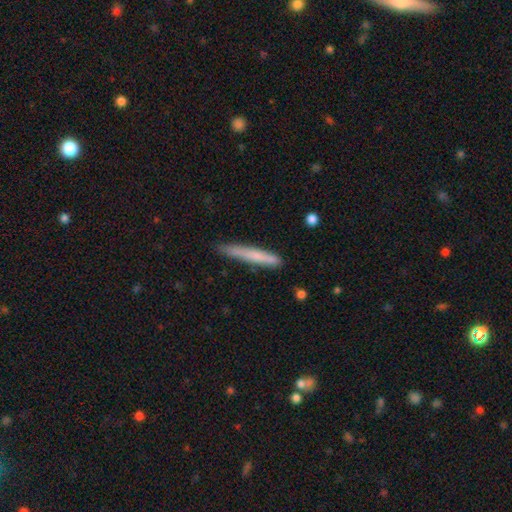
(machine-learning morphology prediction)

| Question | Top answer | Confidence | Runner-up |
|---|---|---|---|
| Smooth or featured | smooth | 70% | featured or disk (25%) |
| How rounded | cigar-shaped | 96% | in between (3%) |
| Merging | none | 80% | minor disturbance (16%) |